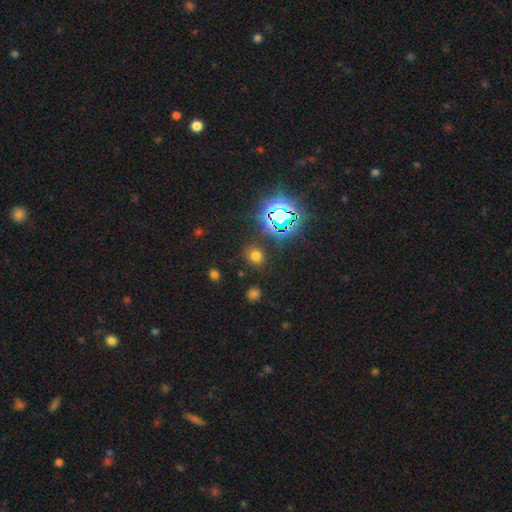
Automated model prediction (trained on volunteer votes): Smooth or featured: smooth — 63% (star or artifact — 31%)
How rounded: round — 68% (in between — 30%)
Merging: none — 84% (minor disturbance — 10%)